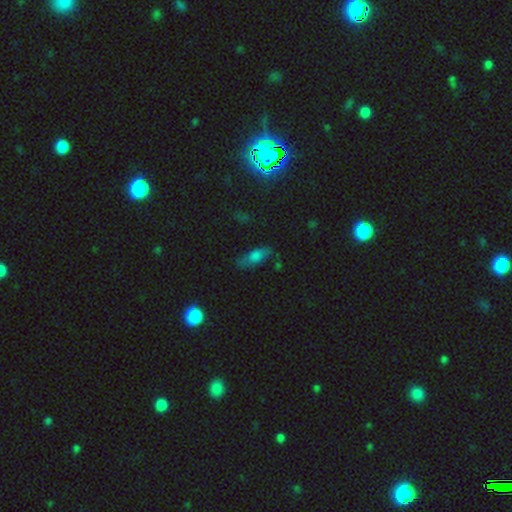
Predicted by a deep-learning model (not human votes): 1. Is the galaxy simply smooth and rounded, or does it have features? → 67% smooth, 21% featured or disk, 13% star or artifact.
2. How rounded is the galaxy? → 74% in between, 22% cigar-shaped, 4% round.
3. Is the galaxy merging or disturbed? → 72% none, 19% minor disturbance, 6% major disturbance, 3% merger.